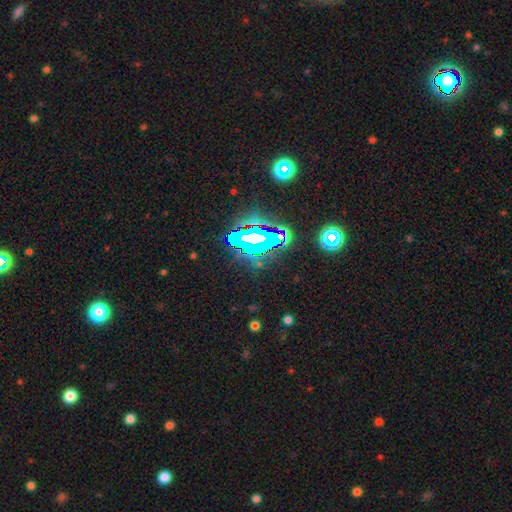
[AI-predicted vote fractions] Smooth or featured: star or artifact — 81% (smooth — 11%)